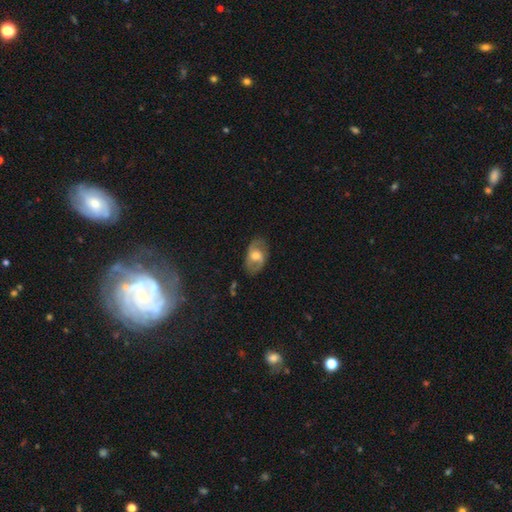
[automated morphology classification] A featured or disk galaxy (62%) with no bar (52%), spiral arms (78%) and a moderate central bulge (71%).

Vote fractions:
- Smooth or featured? featured or disk: 62% / smooth: 30% / star or artifact: 8%
- Edge-on disk? no: 94% / yes: 6%
- Bar? no: 52% / weak: 38% / strong: 11%
- Spiral arms? yes: 78% / no: 22%
- Bulge size? moderate: 71% / small: 16% / large: 11% / none: 1% / dominant: 1%
- Merging? none: 77% / minor disturbance: 17% / major disturbance: 5% / merger: 1%